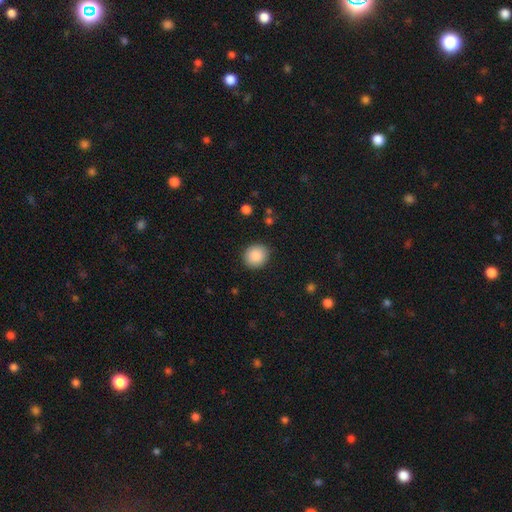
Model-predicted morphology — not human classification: smooth_or_featured: smooth (p=0.87) [alt: star or artifact p=0.08]
how_rounded: round (p=0.81) [alt: in between p=0.18]
merging: none (p=0.89) [alt: minor disturbance p=0.07]